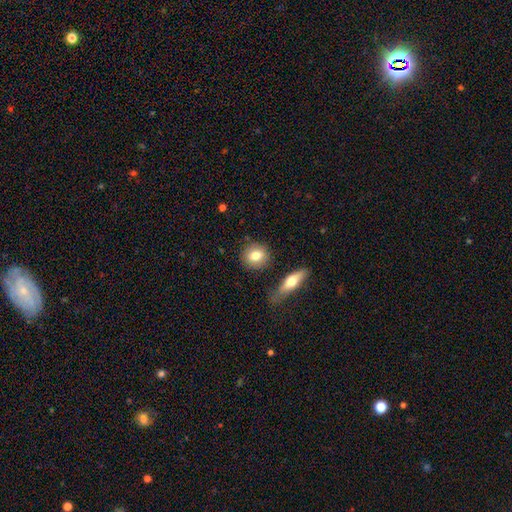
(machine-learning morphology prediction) smooth_or_featured: smooth (p=0.79) [alt: featured or disk p=0.14]
how_rounded: round (p=0.74) [alt: in between p=0.23]
merging: none (p=0.85) [alt: minor disturbance p=0.09]